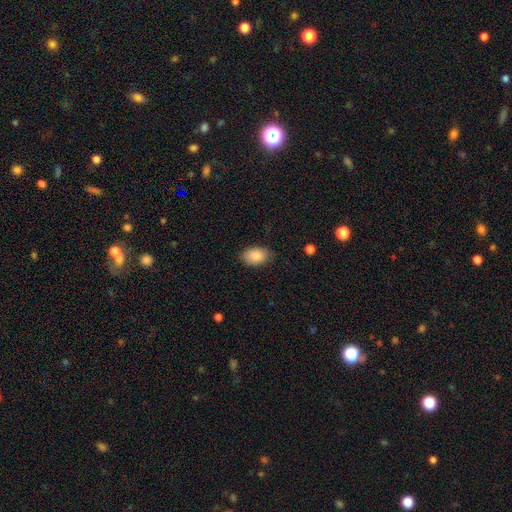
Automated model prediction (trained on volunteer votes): smooth_or_featured: smooth (p=0.86) [alt: star or artifact p=0.07]
how_rounded: in between (p=0.86) [alt: round p=0.13]
merging: none (p=0.80) [alt: minor disturbance p=0.16]